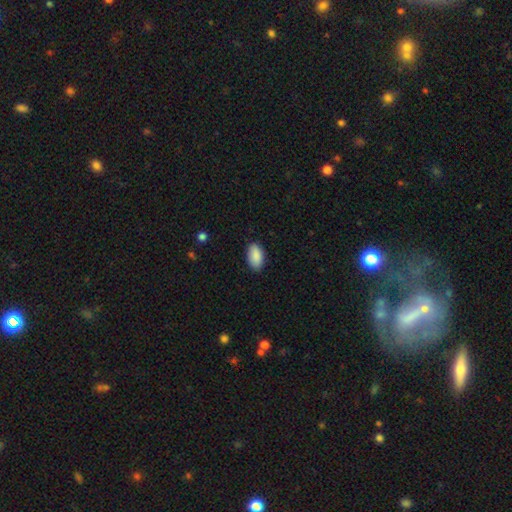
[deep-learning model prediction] smooth-or-featured: smooth: 90% | star or artifact: 6% | featured or disk: 4%
  how-rounded: in between: 94% | round: 3% | cigar-shaped: 2%
  merging: none: 86% | minor disturbance: 10% | major disturbance: 2% | merger: 1%